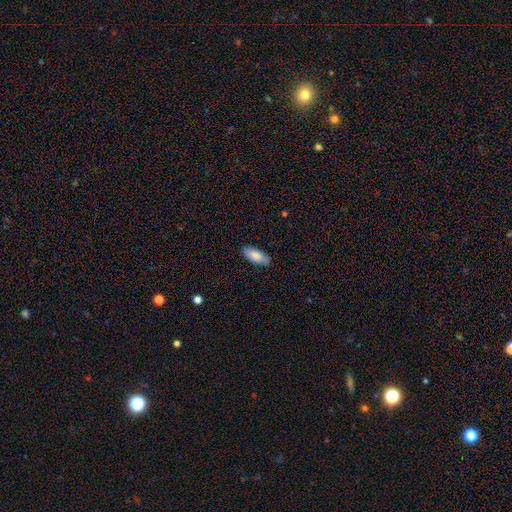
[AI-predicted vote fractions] A smooth galaxy with no disk features (85%) that is in between round and cigar-shaped (81%).

Vote fractions:
- Smooth or featured? smooth: 85% / featured or disk: 9% / star or artifact: 6%
- How rounded? in between: 81% / cigar-shaped: 17% / round: 2%
- Merging? none: 86% / minor disturbance: 11% / major disturbance: 2% / merger: 1%